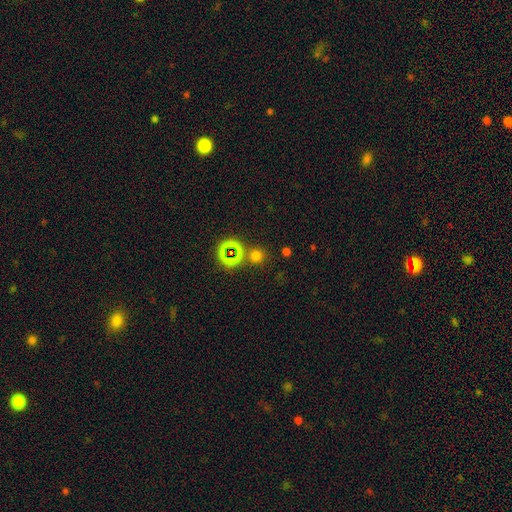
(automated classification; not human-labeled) The model was most divided on "smooth or featured": smooth: 60%, star or artifact: 33%, featured or disk: 6%. More confident: how rounded — round (90%); merging — none (75%).